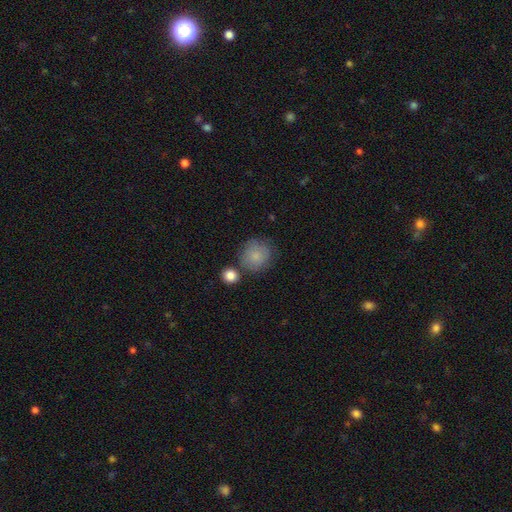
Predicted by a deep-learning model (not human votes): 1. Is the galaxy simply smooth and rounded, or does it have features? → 83% smooth, 9% featured or disk, 8% star or artifact.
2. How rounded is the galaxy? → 89% round, 10% in between, 1% cigar-shaped.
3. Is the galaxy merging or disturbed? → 69% none, 16% minor disturbance, 10% merger, 5% major disturbance.